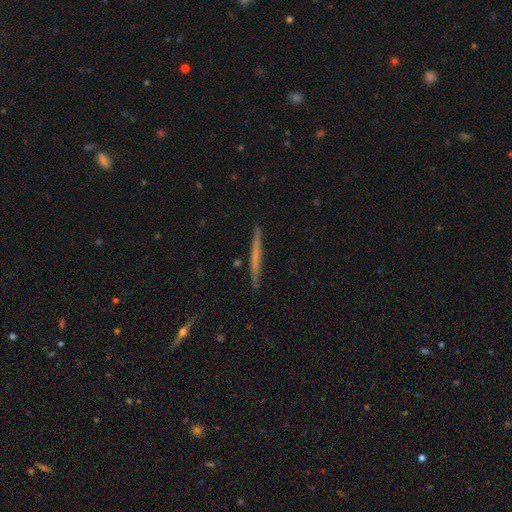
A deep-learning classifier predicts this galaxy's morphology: Smooth or featured: smooth — 48% (featured or disk — 46%)
Merging: none — 91% (minor disturbance — 7%)